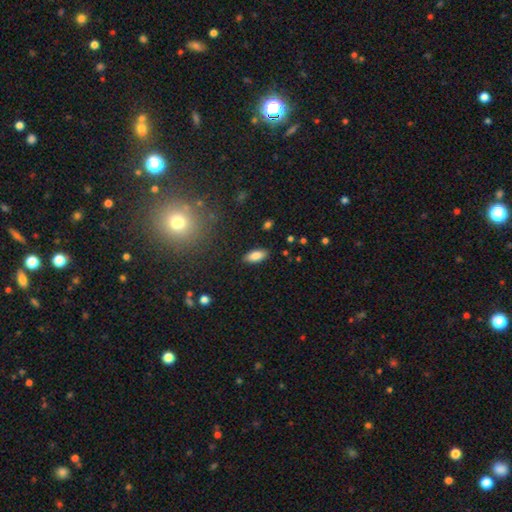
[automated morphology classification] Overall: smooth (84%). How rounded: in between (84%). Merging: none (88%).